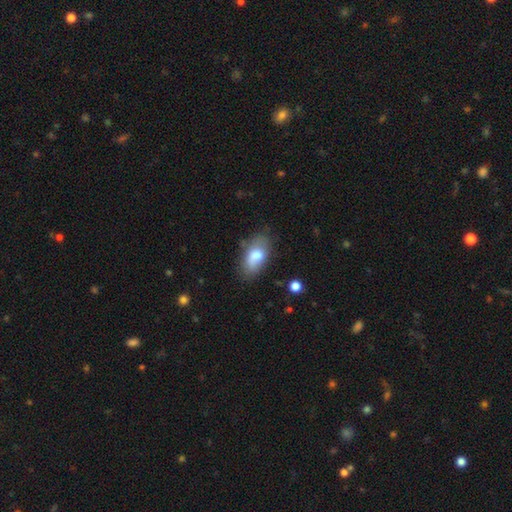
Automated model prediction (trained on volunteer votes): Overall: smooth (73%). How rounded: in between (92%). Merging: none (59%; minor disturbance 26%).